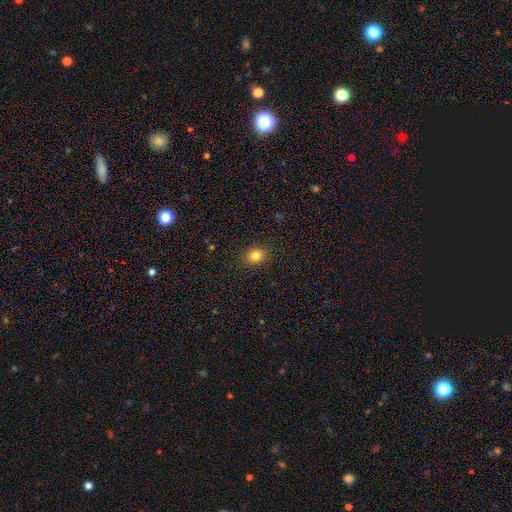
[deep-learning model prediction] Overall: smooth (82%). How rounded: round (63%; in between 36%). Merging: none (89%).